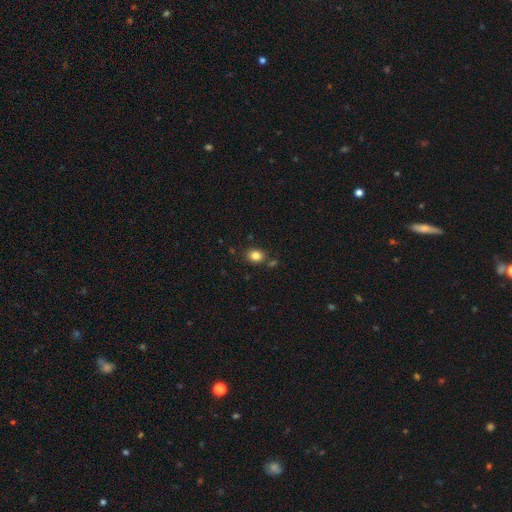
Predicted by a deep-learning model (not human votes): Smooth or featured? Predicted: smooth (p=0.83). How rounded? Predicted: in between (p=0.50). Merging? Predicted: none (p=0.79).